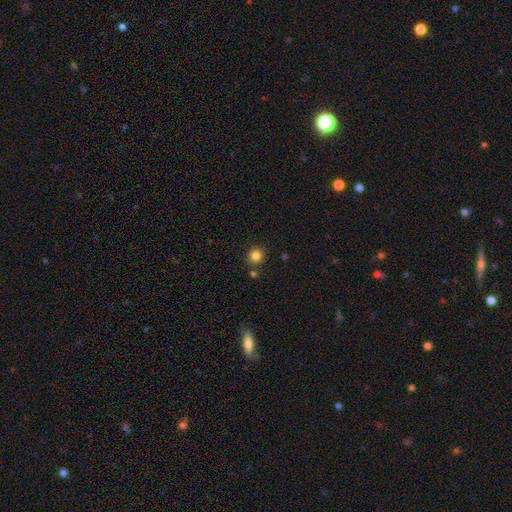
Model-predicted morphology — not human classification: smooth_or_featured: smooth (p=0.84) [alt: star or artifact p=0.12]
how_rounded: round (p=0.88) [alt: in between p=0.11]
merging: none (p=0.84) [alt: minor disturbance p=0.08]